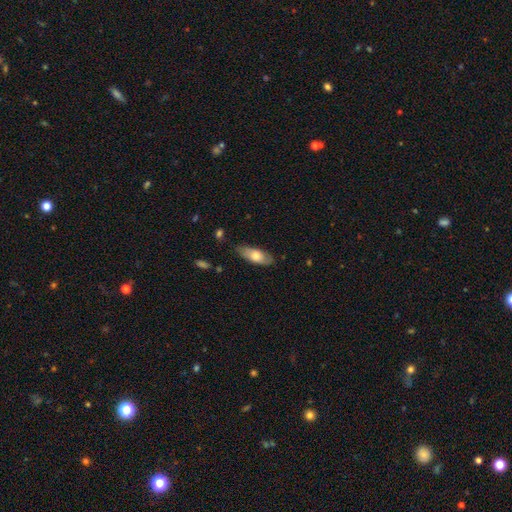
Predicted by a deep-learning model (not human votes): Morphology: type=smooth (72%); roundness=in between (75%); merging=none (78%).